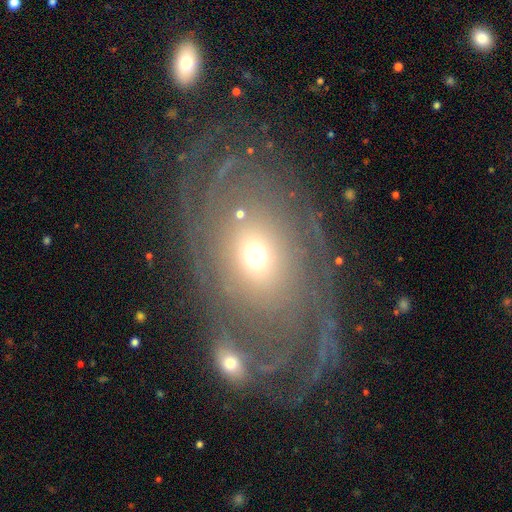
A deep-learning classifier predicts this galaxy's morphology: Overall: featured or disk (71%). Edge-on disk: no (94%). Bar: no (79%). Spiral arms: yes (73%). Bulge size: moderate (49%; small 39%). Merging: none (49%; major disturbance 21%).